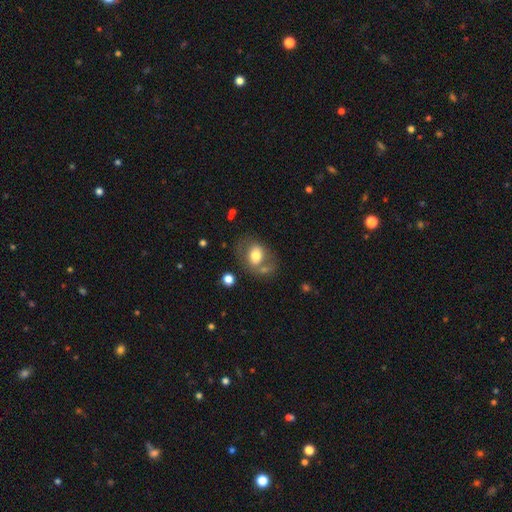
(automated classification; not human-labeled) A smooth galaxy with no disk features (66%) that is in between round and cigar-shaped (64%).

Vote fractions:
- Smooth or featured? smooth: 66% / featured or disk: 26% / star or artifact: 8%
- How rounded? in between: 64% / round: 35% / cigar-shaped: 1%
- Merging? none: 53% / minor disturbance: 18% / merger: 18% / major disturbance: 11%